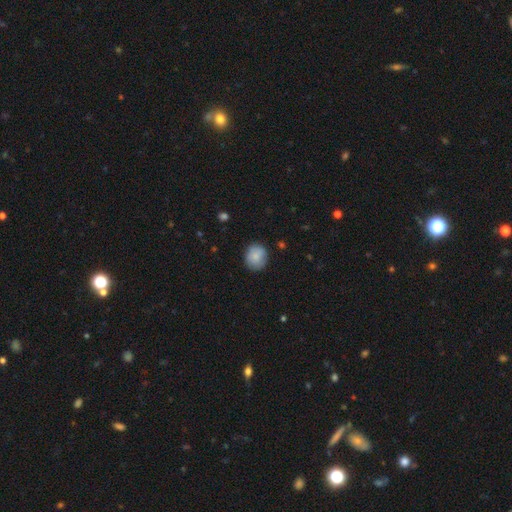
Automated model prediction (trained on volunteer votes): Smooth or featured?
  - smooth: 83% *
  - featured or disk: 10%
  - star or artifact: 7%
How rounded?
  - round: 76% *
  - in between: 23%
  - cigar-shaped: 1%
Merging?
  - none: 81% *
  - minor disturbance: 14%
  - major disturbance: 3%
  - merger: 1%